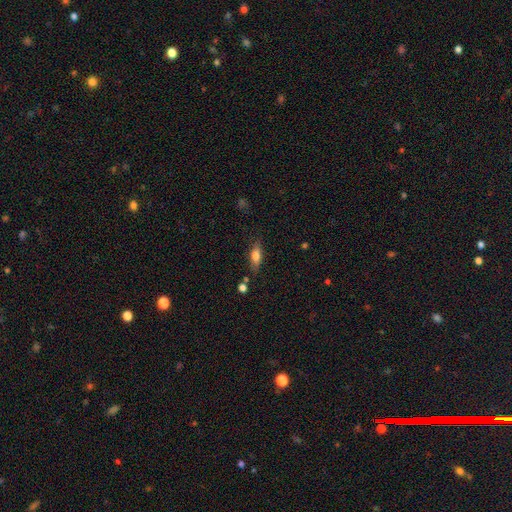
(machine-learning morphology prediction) type=smooth (69%); roundness=in between (65%); merging=none (75%).